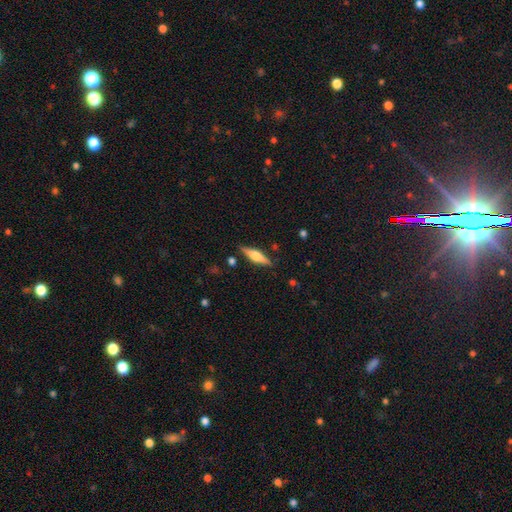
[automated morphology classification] Smooth or featured: featured or disk — 57% (smooth — 37%)
Edge-on disk: yes — 96% (no — 4%)
Edge-on bulge: rounded — 84% (boxy — 13%)
Merging: none — 87% (minor disturbance — 9%)